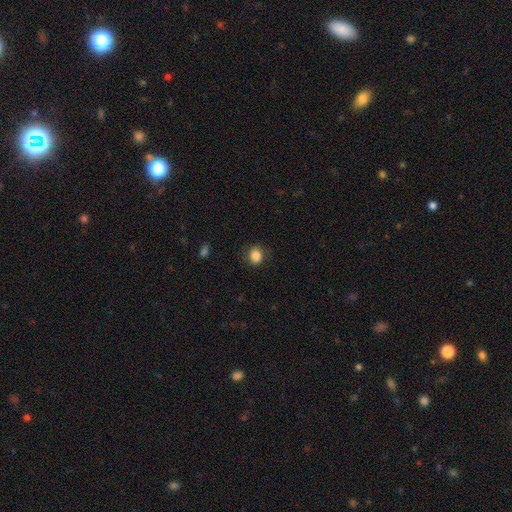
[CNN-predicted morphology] smooth 86%, star or artifact 9%, featured or disk 5%. Down the decision tree: how rounded — round (63%); merging — none (81%).